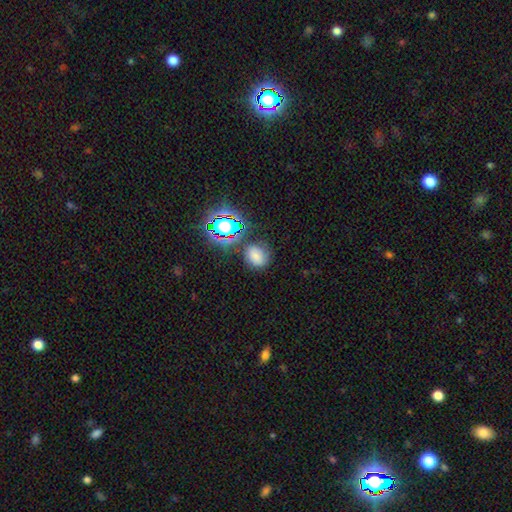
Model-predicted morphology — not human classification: type=smooth (68%); roundness=round (57%); merging=none (71%).